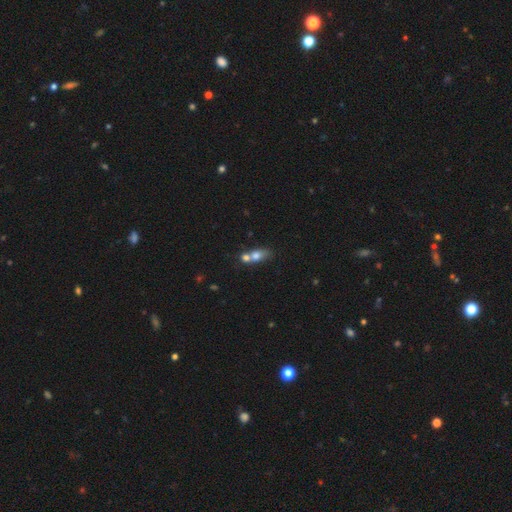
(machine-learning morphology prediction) smooth_or_featured: smooth (p=0.71) [alt: featured or disk p=0.19]
how_rounded: in between (p=0.61) [alt: round p=0.32]
merging: merger (p=0.64) [alt: none p=0.23]